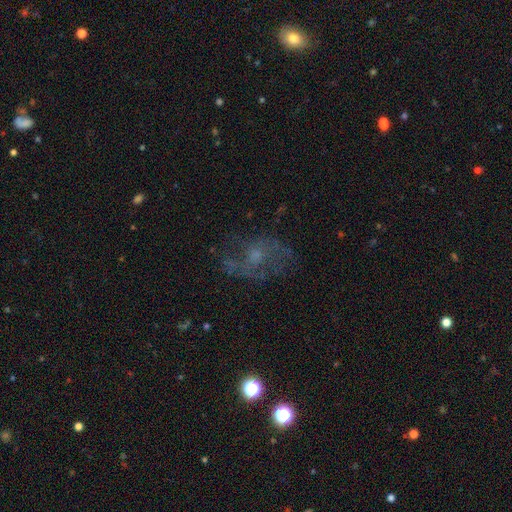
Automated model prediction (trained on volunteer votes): Smooth or featured?
  - featured or disk: 59% *
  - star or artifact: 24%
  - smooth: 18%
Edge-on disk?
  - no: 95% *
  - yes: 5%
Bar?
  - no: 67% *
  - weak: 27%
  - strong: 6%
Spiral arms?
  - yes: 80% *
  - no: 20%
Bulge size?
  - small: 53% *
  - moderate: 36%
  - none: 7%
  - large: 3%
  - dominant: 1%
Merging?
  - none: 69% *
  - minor disturbance: 16%
  - major disturbance: 13%
  - merger: 2%